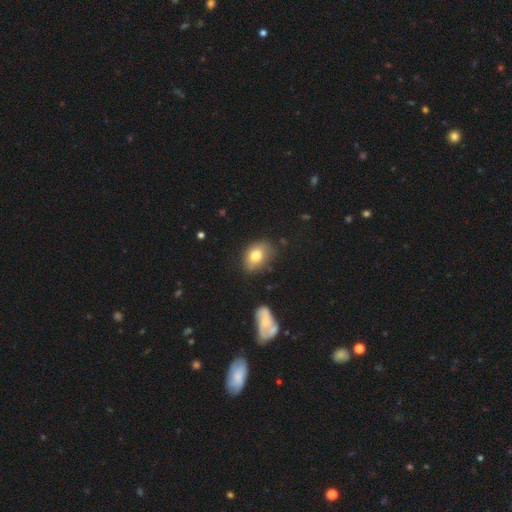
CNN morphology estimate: Overall: smooth (78%). How rounded: in between (76%). Merging: none (69%).